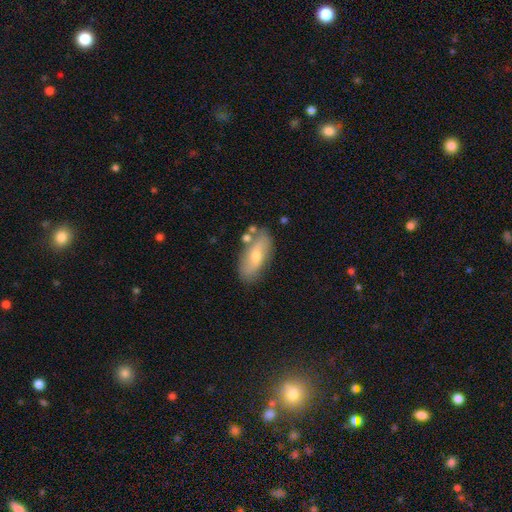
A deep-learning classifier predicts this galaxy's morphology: Smooth or featured: smooth — 53% (featured or disk — 40%)
How rounded: in between — 77% (cigar-shaped — 19%)
Merging: none — 72% (minor disturbance — 17%)